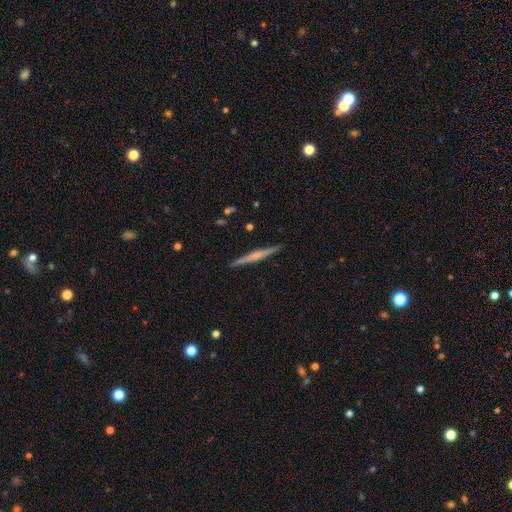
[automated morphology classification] A featured or disk galaxy (66%) viewed edge-on (98%) with a rounded central bulge (50%).

Vote fractions:
- Smooth or featured? featured or disk: 66% / smooth: 28% / star or artifact: 6%
- Edge-on disk? yes: 98% / no: 2%
- Edge-on bulge? rounded: 50% / none: 34% / boxy: 16%
- Merging? none: 91% / minor disturbance: 6% / major disturbance: 1% / merger: 1%